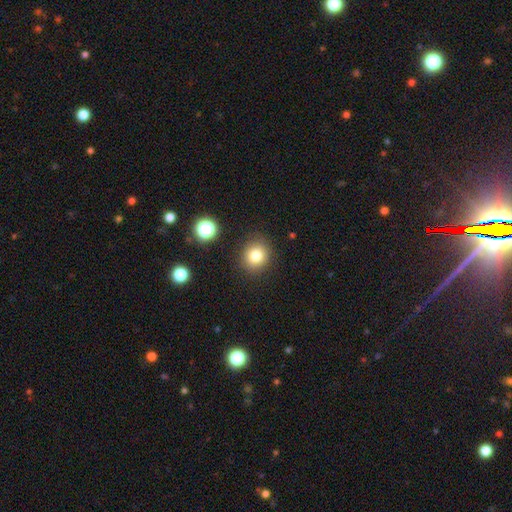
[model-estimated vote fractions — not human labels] smooth_or_featured: smooth (p=0.80) [alt: star or artifact p=0.13]
how_rounded: round (p=0.81) [alt: in between p=0.19]
merging: none (p=0.88) [alt: minor disturbance p=0.08]